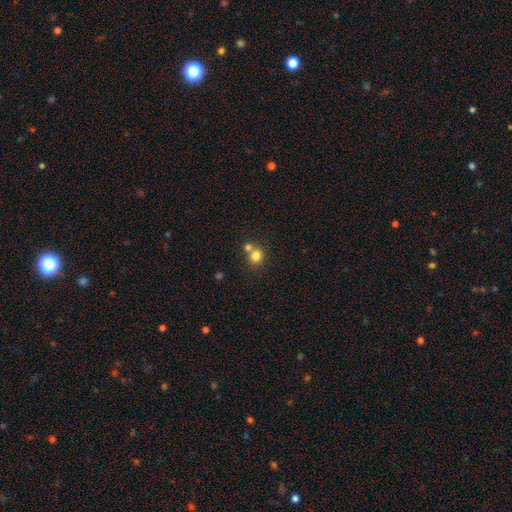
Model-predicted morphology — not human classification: Smooth or featured? smooth (79%)
How rounded? round (81%)
Merging? none (51%)